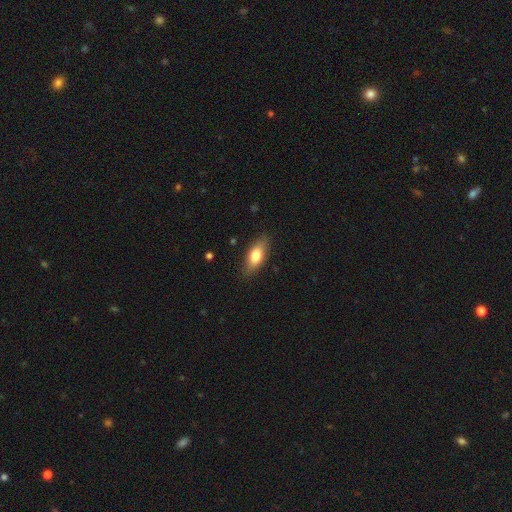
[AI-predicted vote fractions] This is likely a smooth galaxy (74%). How rounded: likely in between (76%). Merging: clearly none (84%).